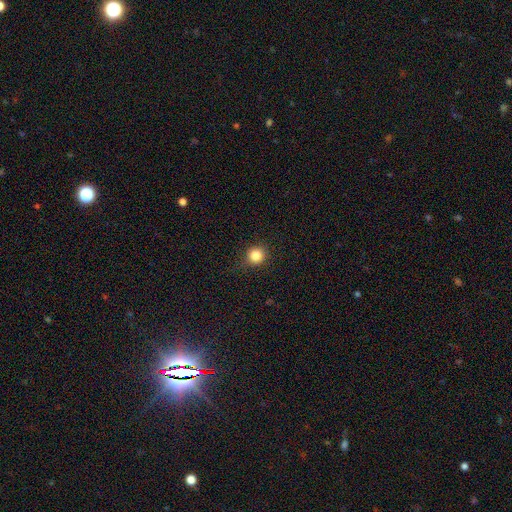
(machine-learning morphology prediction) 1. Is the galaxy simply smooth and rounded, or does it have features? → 83% smooth, 11% star or artifact, 5% featured or disk.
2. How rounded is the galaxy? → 92% round, 7% in between, 1% cigar-shaped.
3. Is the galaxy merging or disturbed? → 84% none, 12% minor disturbance, 3% major disturbance, 1% merger.